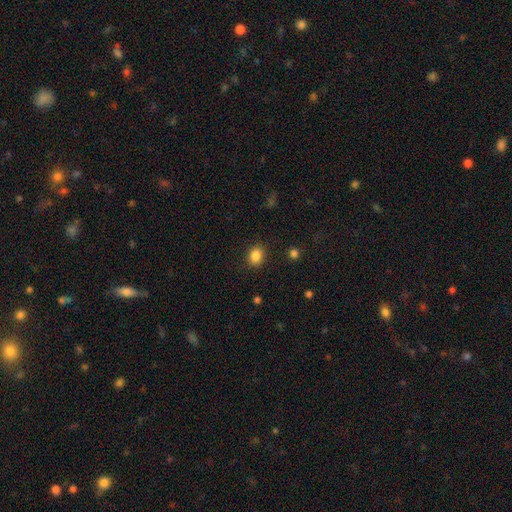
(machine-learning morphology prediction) The model was most divided on "how rounded": round: 55%, in between: 44%, cigar-shaped: 1%. More confident: merging — none (88%); smooth or featured — smooth (86%).